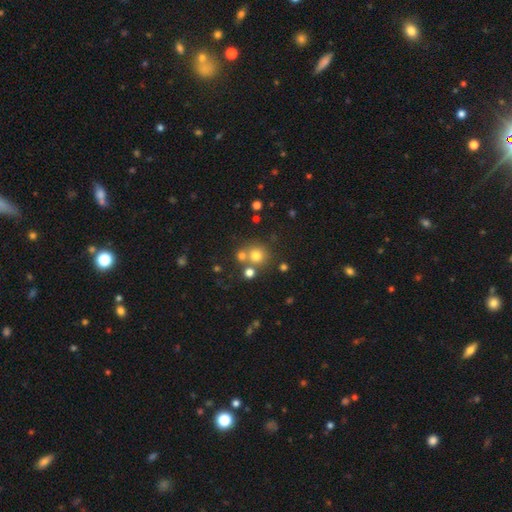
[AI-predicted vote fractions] A smooth galaxy with no disk features (71%) that is round (90%).

Vote fractions:
- Smooth or featured? smooth: 71% / star or artifact: 18% / featured or disk: 10%
- How rounded? round: 90% / in between: 9% / cigar-shaped: 1%
- Merging? none: 65% / merger: 23% / minor disturbance: 8% / major disturbance: 4%